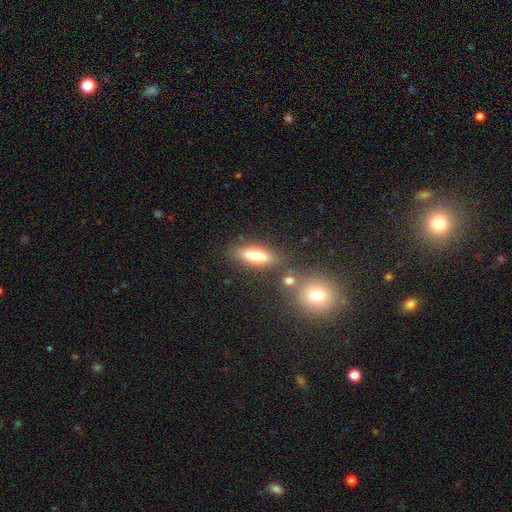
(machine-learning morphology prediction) A smooth galaxy with no disk features (70%) that is in between round and cigar-shaped (59%). Merging: none (76%).